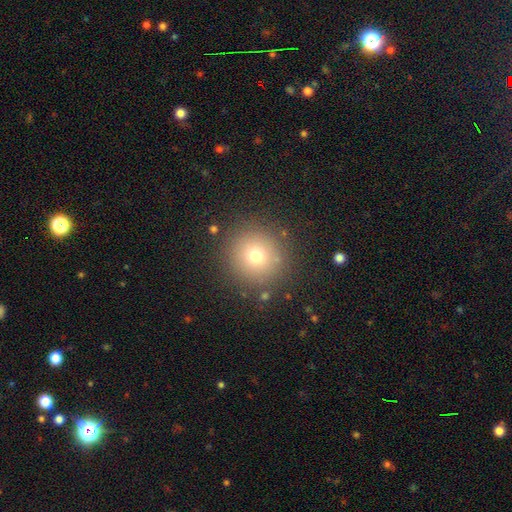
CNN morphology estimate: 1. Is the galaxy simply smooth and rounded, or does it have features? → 72% smooth, 17% star or artifact, 12% featured or disk.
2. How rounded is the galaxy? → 95% round, 4% in between, 1% cigar-shaped.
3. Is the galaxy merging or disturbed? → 88% none, 7% minor disturbance, 3% major disturbance, 2% merger.